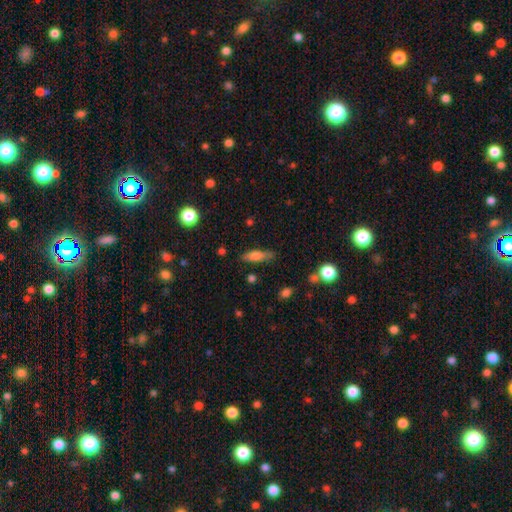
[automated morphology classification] Smooth or featured?
  - smooth: 63% *
  - featured or disk: 29%
  - star or artifact: 8%
How rounded?
  - cigar-shaped: 61% *
  - in between: 36%
  - round: 3%
Merging?
  - none: 76% *
  - minor disturbance: 17%
  - major disturbance: 4%
  - merger: 3%